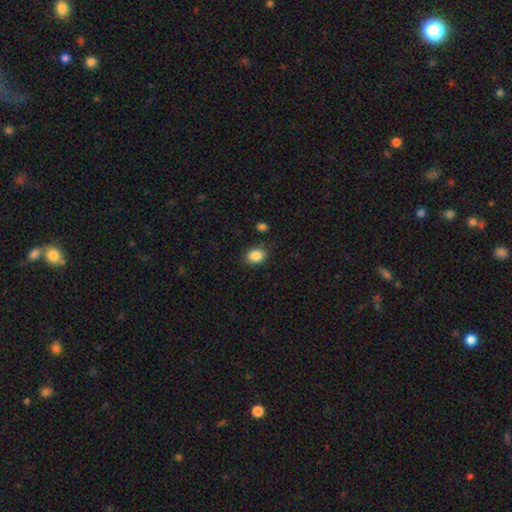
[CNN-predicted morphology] Q: Smooth or featured?
A: smooth (86%); runner-up: star or artifact (9%)
Q: How rounded?
A: in between (59%); runner-up: round (40%)
Q: Merging?
A: none (84%); runner-up: minor disturbance (11%)